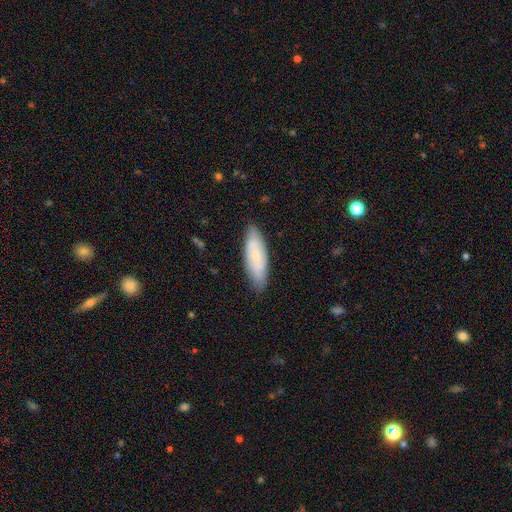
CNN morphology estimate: Smooth or featured?
  - smooth: 61% *
  - featured or disk: 33%
  - star or artifact: 6%
How rounded?
  - in between: 57% *
  - cigar-shaped: 41%
  - round: 2%
Merging?
  - none: 83% *
  - minor disturbance: 14%
  - major disturbance: 2%
  - merger: 1%